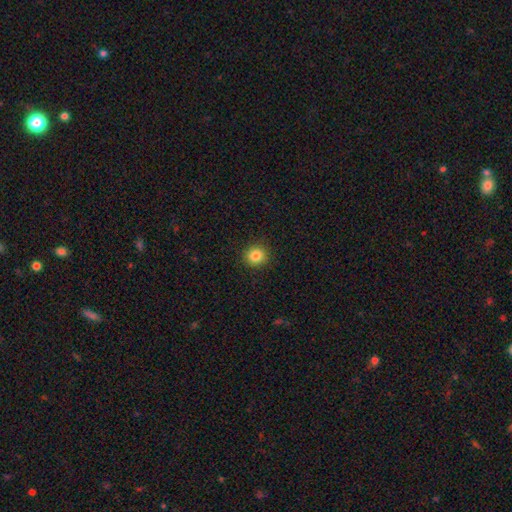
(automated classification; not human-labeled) Smooth or featured? smooth (84%)
How rounded? round (90%)
Merging? none (92%)